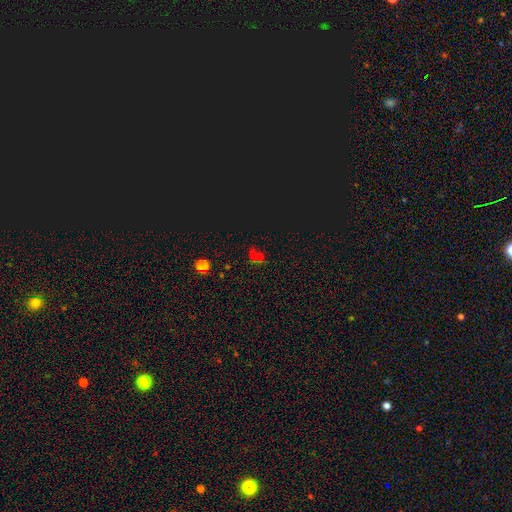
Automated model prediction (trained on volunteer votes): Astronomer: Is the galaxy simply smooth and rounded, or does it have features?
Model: star or artifact — 58%.